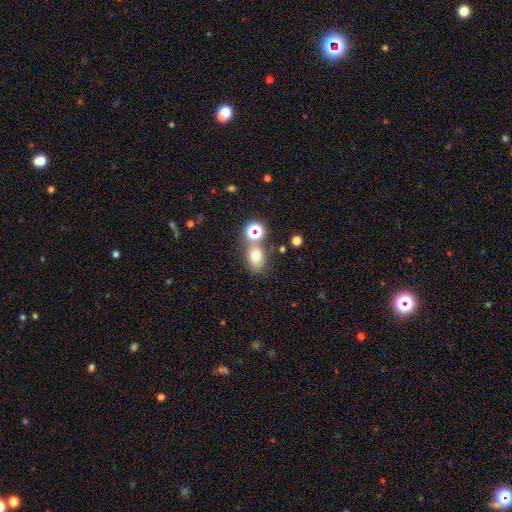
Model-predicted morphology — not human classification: smooth_or_featured: smooth (p=0.69) [alt: star or artifact p=0.18]
how_rounded: in between (p=0.65) [alt: round p=0.34]
merging: none (p=0.63) [alt: merger p=0.19]